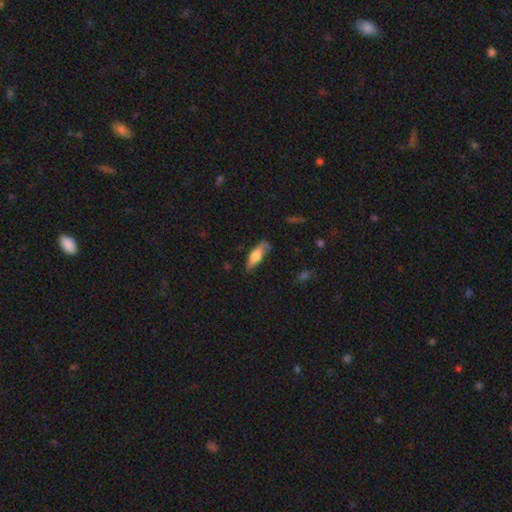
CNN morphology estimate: A smooth galaxy with no disk features (56%) that is in between round and cigar-shaped (52%).

Vote fractions:
- Smooth or featured? smooth: 56% / featured or disk: 37% / star or artifact: 7%
- How rounded? in between: 52% / cigar-shaped: 45% / round: 3%
- Merging? none: 64% / minor disturbance: 26% / major disturbance: 8% / merger: 2%